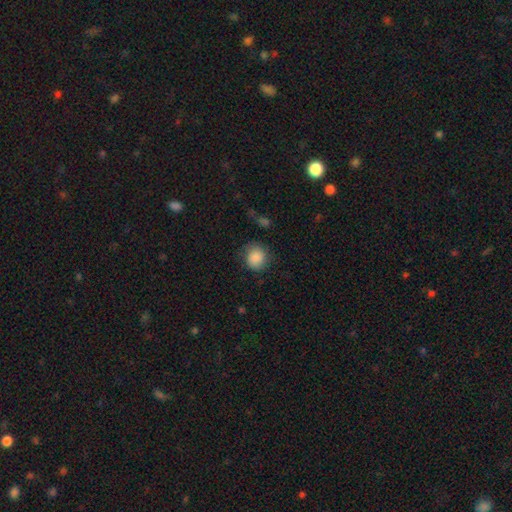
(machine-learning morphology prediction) Smooth or featured? Predicted: smooth (p=0.85). How rounded? Predicted: round (p=0.84). Merging? Predicted: none (p=0.75).